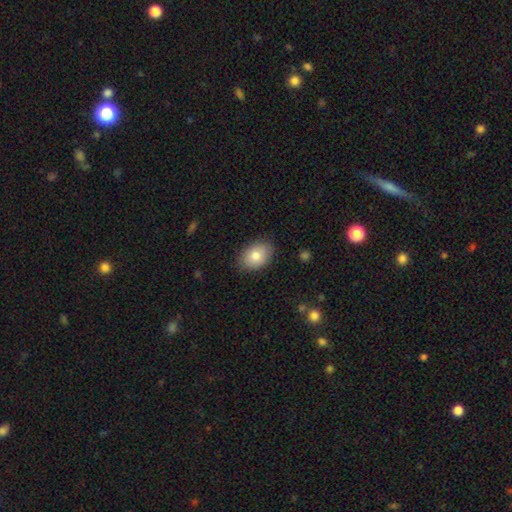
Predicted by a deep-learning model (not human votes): Overall: smooth (81%). How rounded: in between (80%). Merging: none (86%).